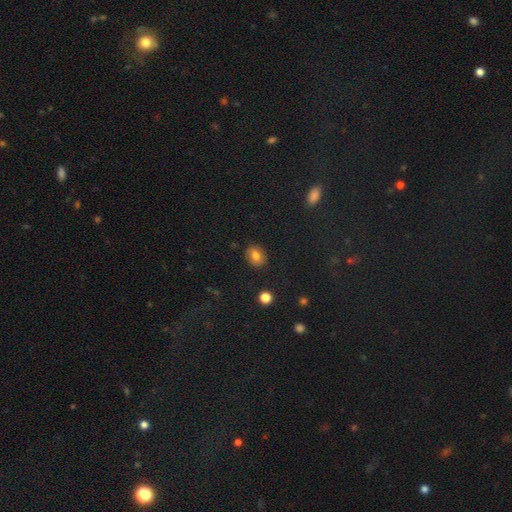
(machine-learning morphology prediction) type=smooth (75%); roundness=in between (51%); merging=none (86%).